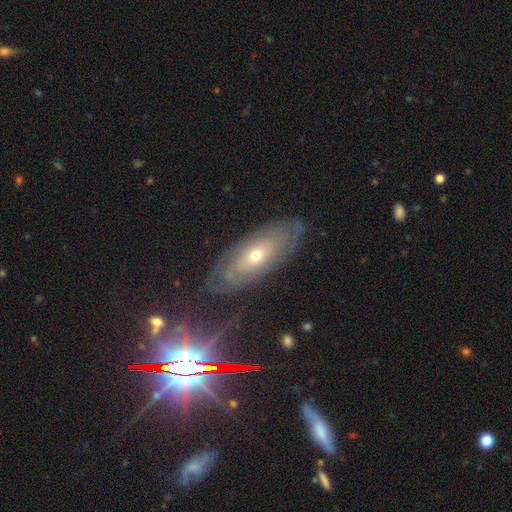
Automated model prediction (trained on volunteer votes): Overall: featured or disk (59%; smooth 33%). Edge-on disk: no (79%). Merging: none (77%).